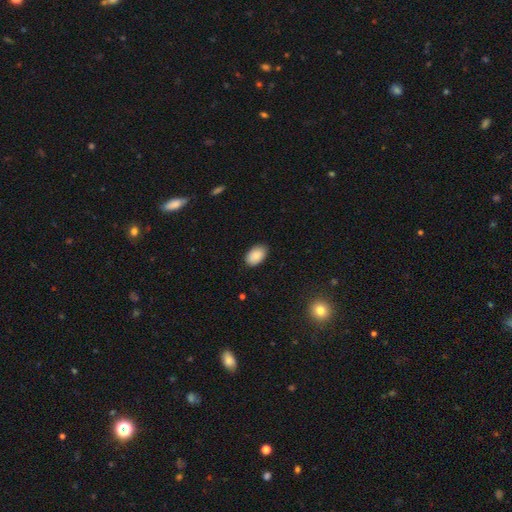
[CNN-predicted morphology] A smooth galaxy with no disk features (87%) that is in between round and cigar-shaped (91%).

Vote fractions:
- Smooth or featured? smooth: 87% / star or artifact: 7% / featured or disk: 6%
- How rounded? in between: 91% / round: 8% / cigar-shaped: 1%
- Merging? none: 85% / minor disturbance: 12% / major disturbance: 2% / merger: 1%